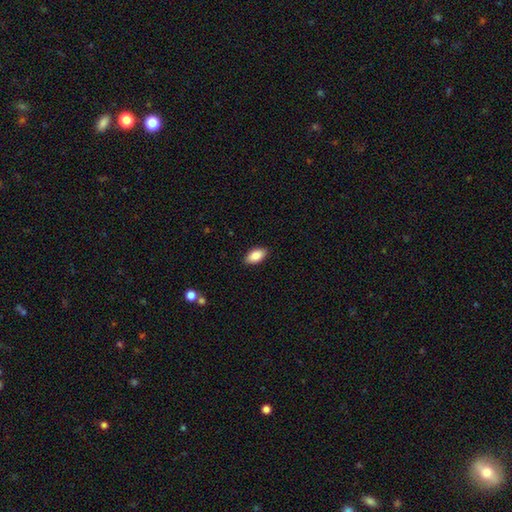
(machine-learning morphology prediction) This is clearly a smooth galaxy (87%). How rounded: clearly in between (93%). Merging: clearly none (89%).